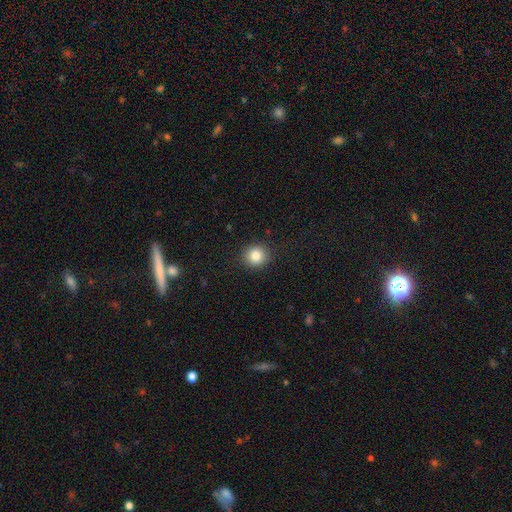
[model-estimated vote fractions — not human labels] Smooth or featured? smooth (84%)
How rounded? round (89%)
Merging? none (90%)